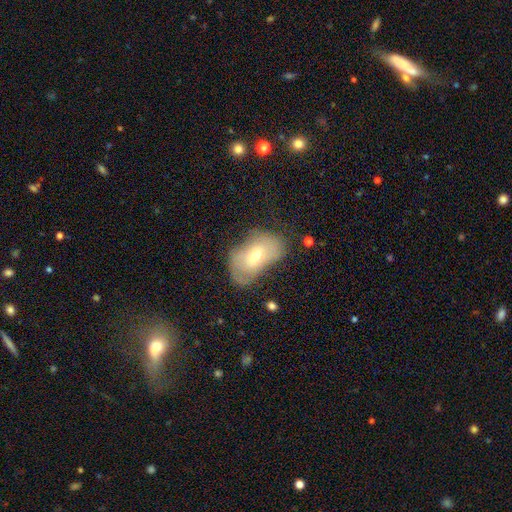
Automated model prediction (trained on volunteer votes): Q: Smooth or featured?
A: smooth (58%); runner-up: featured or disk (34%)
Q: How rounded?
A: in between (92%); runner-up: round (6%)
Q: Merging?
A: none (46%); runner-up: minor disturbance (35%)